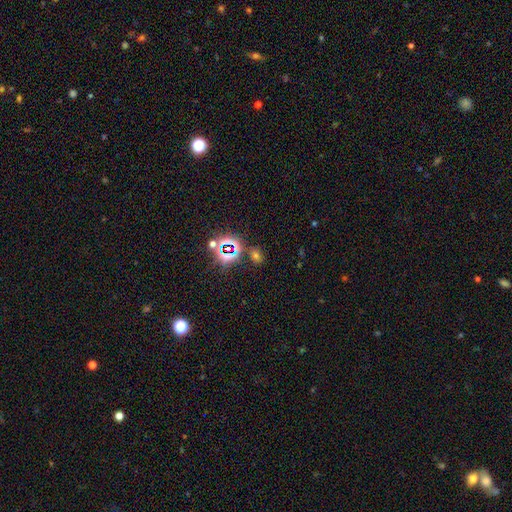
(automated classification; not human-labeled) Overall: smooth (50%; star or artifact 42%). Merging: none (79%).